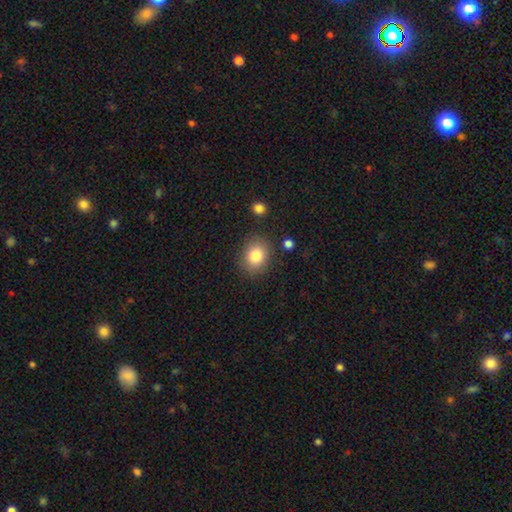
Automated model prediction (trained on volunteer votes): Smooth or featured? Predicted: smooth (p=0.83). How rounded? Predicted: round (p=0.62). Merging? Predicted: none (p=0.84).